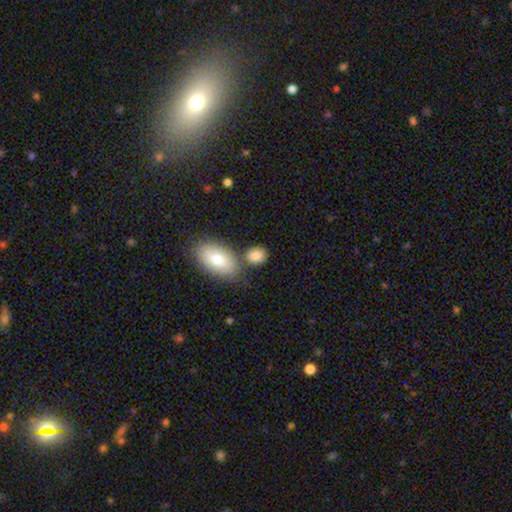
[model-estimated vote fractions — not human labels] Smooth or featured?
  - smooth: 85% *
  - star or artifact: 8%
  - featured or disk: 7%
How rounded?
  - in between: 51% *
  - round: 46%
  - cigar-shaped: 2%
Merging?
  - none: 64% *
  - merger: 19%
  - minor disturbance: 13%
  - major disturbance: 4%